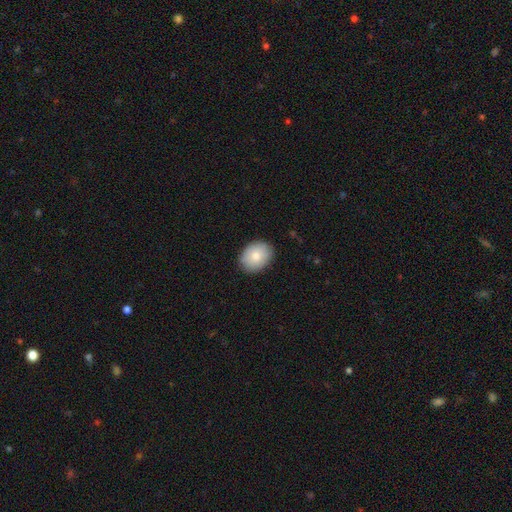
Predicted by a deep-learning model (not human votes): A smooth galaxy with no disk features (83%) that is in between round and cigar-shaped (68%).

Vote fractions:
- Smooth or featured? smooth: 83% / featured or disk: 11% / star or artifact: 6%
- How rounded? in between: 68% / round: 32% / cigar-shaped: 1%
- Merging? none: 87% / minor disturbance: 10% / major disturbance: 2% / merger: 1%